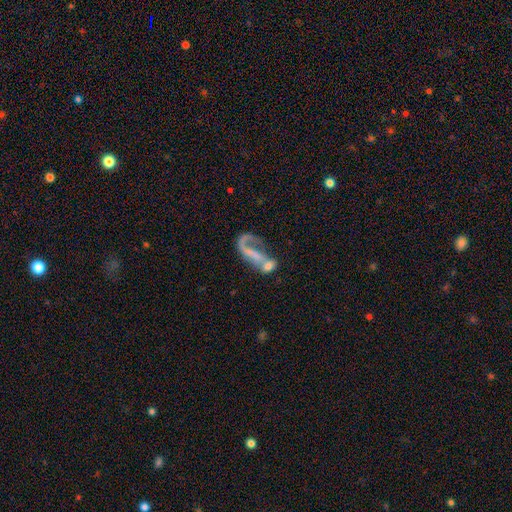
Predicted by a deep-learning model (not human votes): Morphology: type=featured or disk (63%); edge-on=no (95%); bar=no (54%); spiral arms=yes (58%); bulge=none (56%); merging=merger (47%).